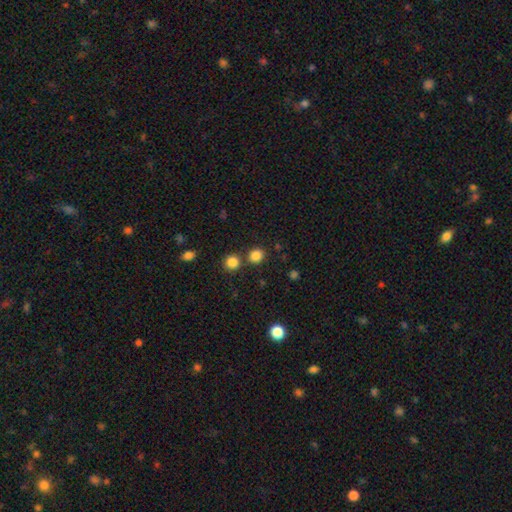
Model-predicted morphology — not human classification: Overall: smooth (83%). How rounded: round (78%). Merging: none (75%).